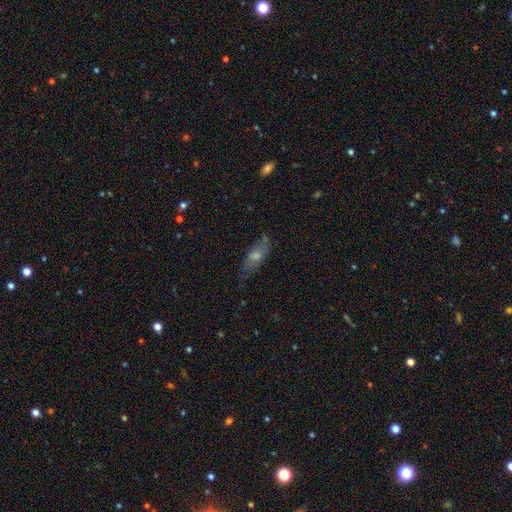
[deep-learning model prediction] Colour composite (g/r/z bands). It shows a featured or disk galaxy (44%). Merging: none (67%).